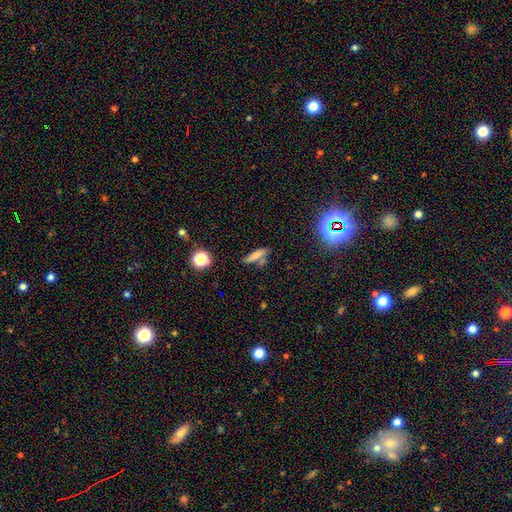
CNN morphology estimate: Smooth or featured?
  - smooth: 70% *
  - featured or disk: 18%
  - star or artifact: 13%
How rounded?
  - cigar-shaped: 72% *
  - in between: 24%
  - round: 4%
Merging?
  - none: 60% *
  - merger: 17%
  - minor disturbance: 17%
  - major disturbance: 6%